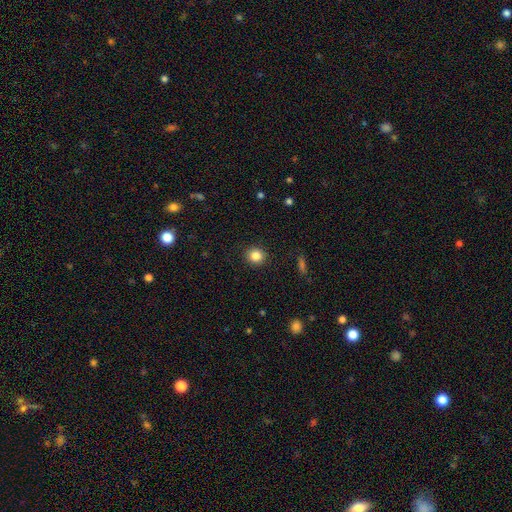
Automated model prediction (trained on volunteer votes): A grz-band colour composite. It shows a smooth galaxy with no disk features (84%) that is round (89%). Merging: none (91%).